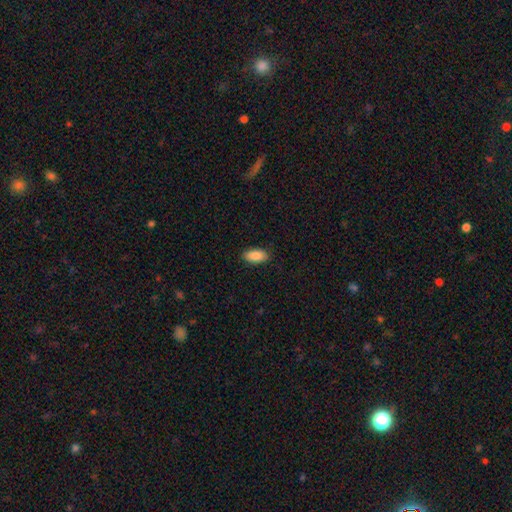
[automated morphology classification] Smooth or featured? Predicted: smooth (p=0.89). How rounded? Predicted: in between (p=0.92). Merging? Predicted: none (p=0.88).